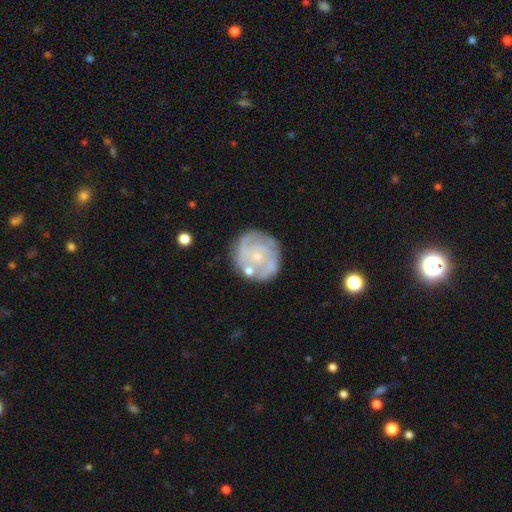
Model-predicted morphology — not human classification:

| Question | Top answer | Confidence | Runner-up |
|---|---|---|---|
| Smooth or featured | featured or disk | 72% | smooth (22%) |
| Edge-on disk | no | 98% | yes (2%) |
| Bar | no | 78% | weak (19%) |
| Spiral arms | yes | 83% | no (17%) |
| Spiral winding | tight | 59% | medium (30%) |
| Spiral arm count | can't tell | 34% | 3 (24%) |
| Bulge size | small | 74% | moderate (17%) |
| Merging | none | 73% | minor disturbance (15%) |